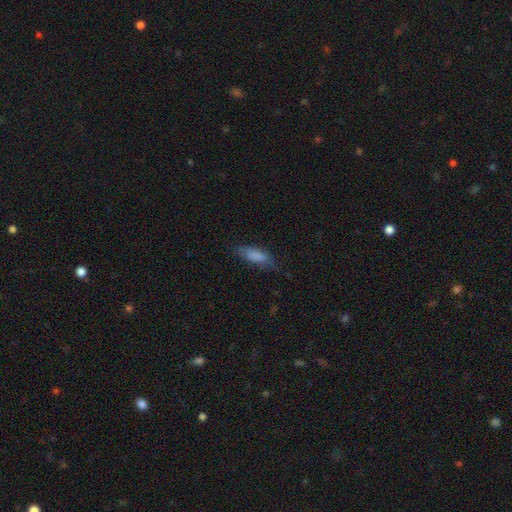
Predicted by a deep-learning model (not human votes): Smooth or featured?
  - smooth: 82% *
  - featured or disk: 10%
  - star or artifact: 7%
How rounded?
  - in between: 61% *
  - cigar-shaped: 37%
  - round: 2%
Merging?
  - none: 70% *
  - minor disturbance: 22%
  - major disturbance: 6%
  - merger: 1%